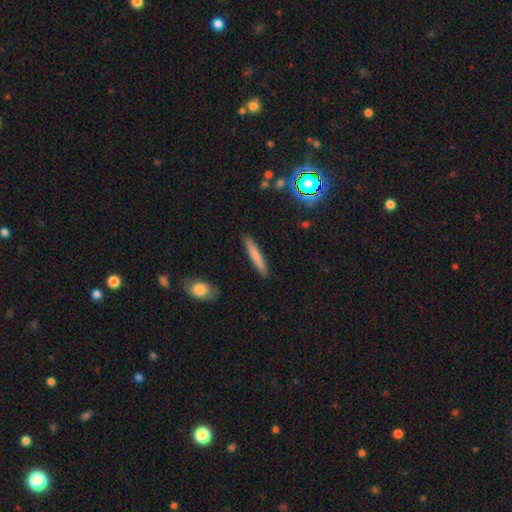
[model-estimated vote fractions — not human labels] This appears to be a smooth galaxy with no disk features (75%) that is cigar-shaped (93%). Merging: none (91%).